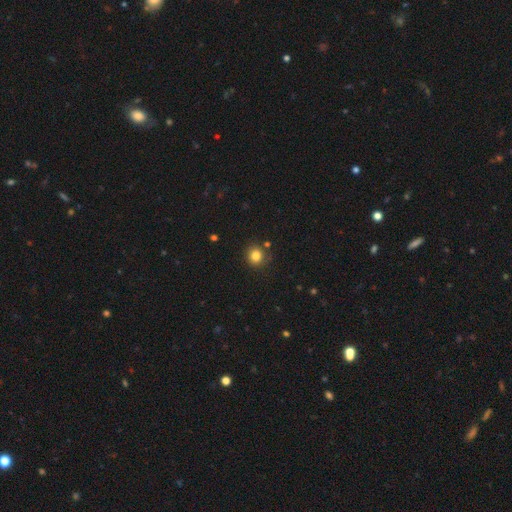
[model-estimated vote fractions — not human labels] Smooth or featured?
  - smooth: 82% *
  - star or artifact: 12%
  - featured or disk: 6%
How rounded?
  - round: 87% *
  - in between: 12%
  - cigar-shaped: 1%
Merging?
  - none: 82% *
  - minor disturbance: 11%
  - merger: 4%
  - major disturbance: 3%